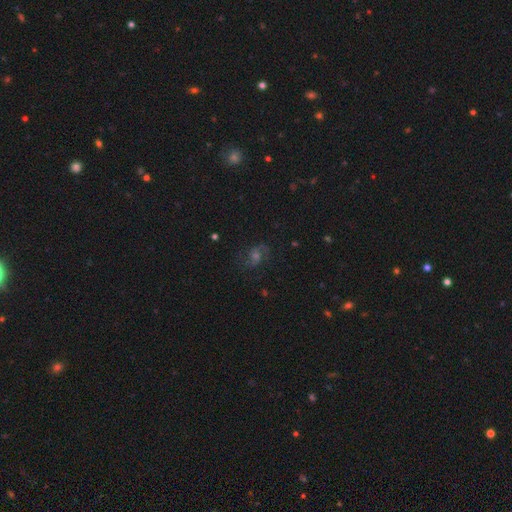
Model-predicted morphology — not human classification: A featured or disk galaxy (60%) with no bar (45%), 2 (87%) medium (52%) spiral arms (92%) and a moderate central bulge (50%). Merging: none (78%).